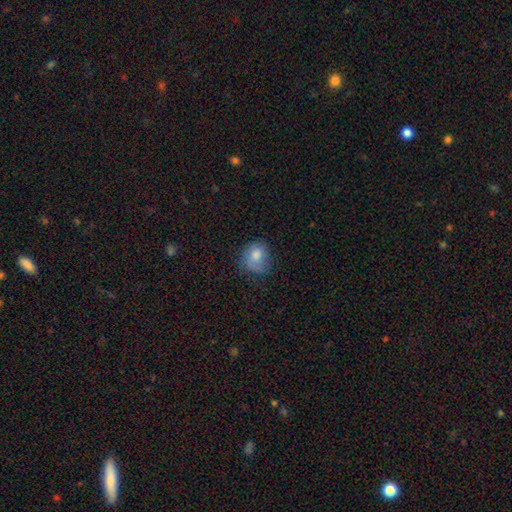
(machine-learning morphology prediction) This is likely a smooth galaxy (77%). How rounded: likely round (64%). Merging: possibly none (52%).